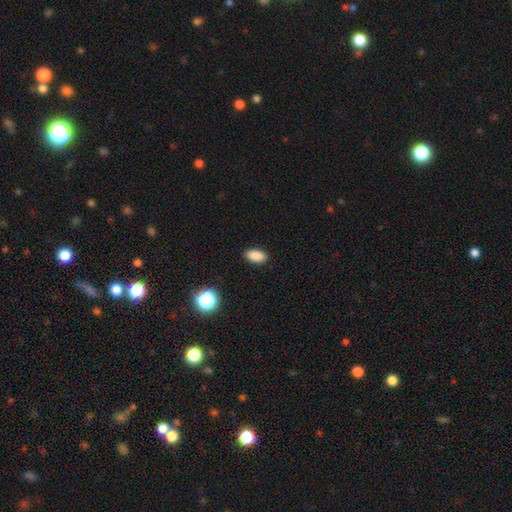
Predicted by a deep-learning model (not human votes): smooth 87%, star or artifact 10%, featured or disk 3%. Down the decision tree: how rounded — in between (91%); merging — none (89%).